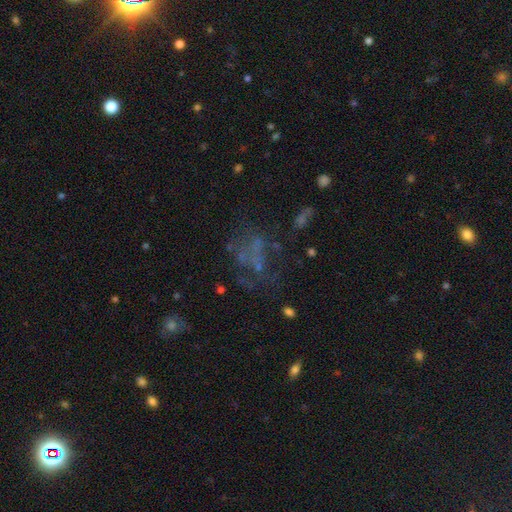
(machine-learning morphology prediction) Smooth or featured? featured or disk (38%, tied with star or artifact)
Merging? none (45%)